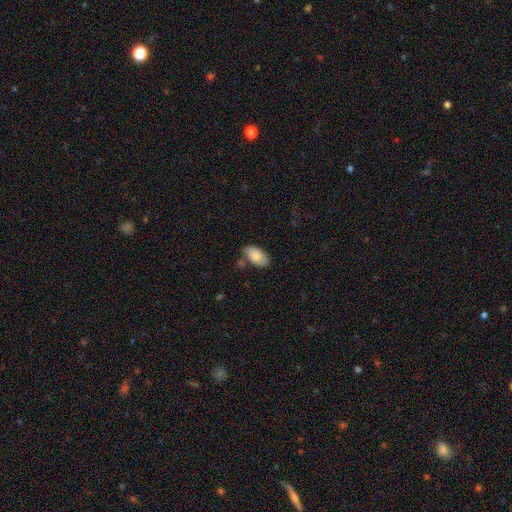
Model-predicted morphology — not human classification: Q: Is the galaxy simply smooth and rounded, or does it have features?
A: smooth — 85%.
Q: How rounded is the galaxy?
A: in between — 95%.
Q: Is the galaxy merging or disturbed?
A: none — 69%.